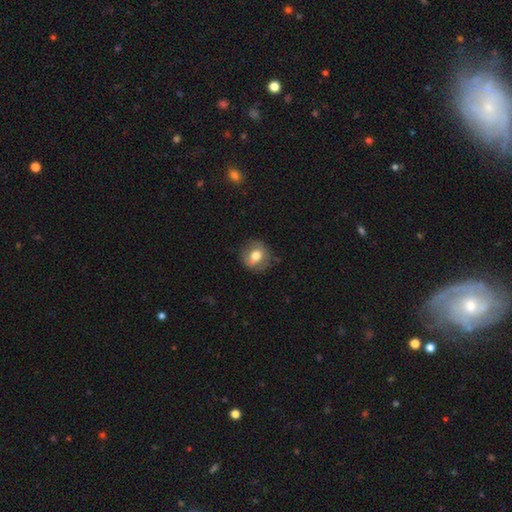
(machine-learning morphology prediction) Overall: smooth (64%; featured or disk 28%). How rounded: round (76%). Merging: none (77%).